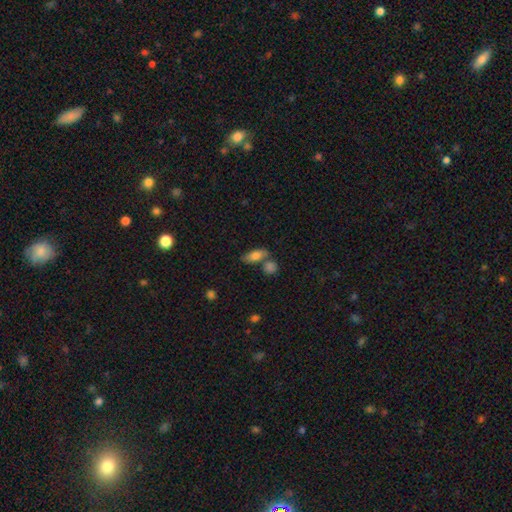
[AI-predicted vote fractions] smooth-or-featured: smooth: 77% | featured or disk: 15% | star or artifact: 8%
  how-rounded: in between: 78% | cigar-shaped: 16% | round: 6%
  merging: none: 56% | merger: 27% | minor disturbance: 13% | major disturbance: 4%